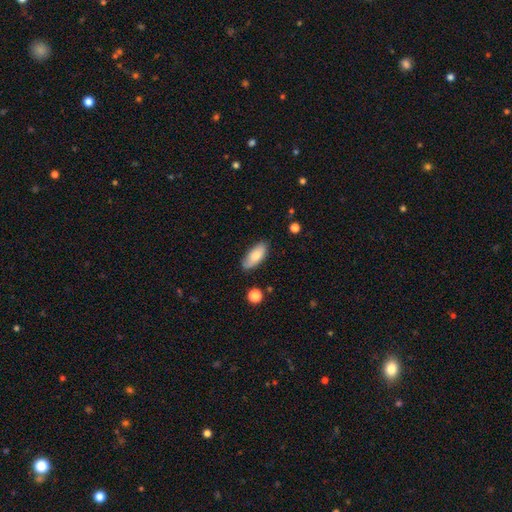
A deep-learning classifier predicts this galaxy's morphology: smooth-or-featured: smooth: 77% | featured or disk: 16% | star or artifact: 7%
  how-rounded: in between: 86% | cigar-shaped: 11% | round: 2%
  merging: none: 76% | minor disturbance: 19% | major disturbance: 3% | merger: 2%